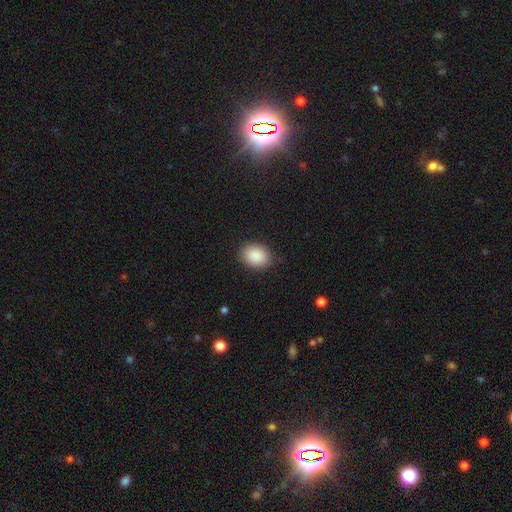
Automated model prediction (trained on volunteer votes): Smooth or featured? smooth (90%)
How rounded? in between (68%)
Merging? none (87%)